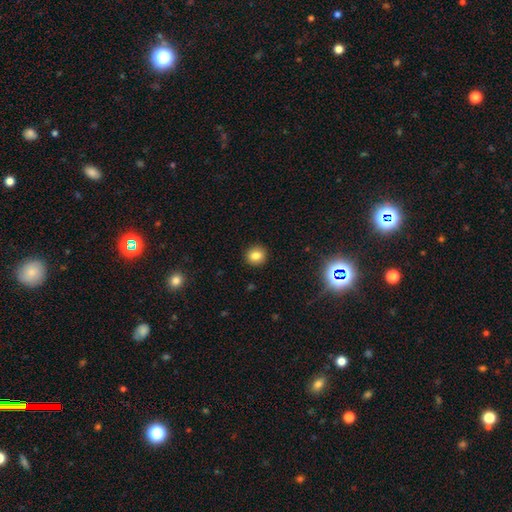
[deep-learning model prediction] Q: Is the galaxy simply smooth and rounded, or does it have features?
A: smooth — 82%.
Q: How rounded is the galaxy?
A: round — 85%.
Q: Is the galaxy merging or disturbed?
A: none — 91%.